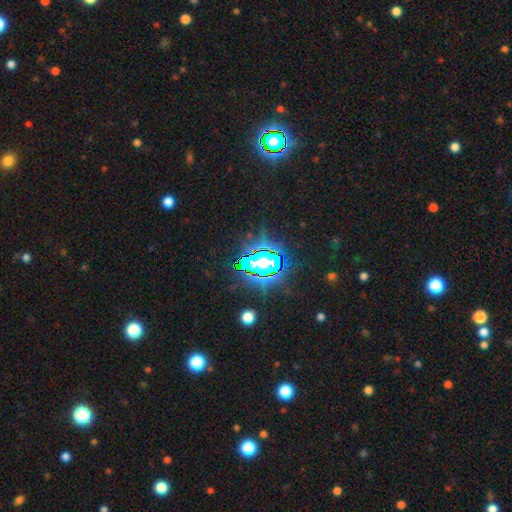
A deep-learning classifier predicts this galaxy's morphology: Smooth or featured? star or artifact (79%)